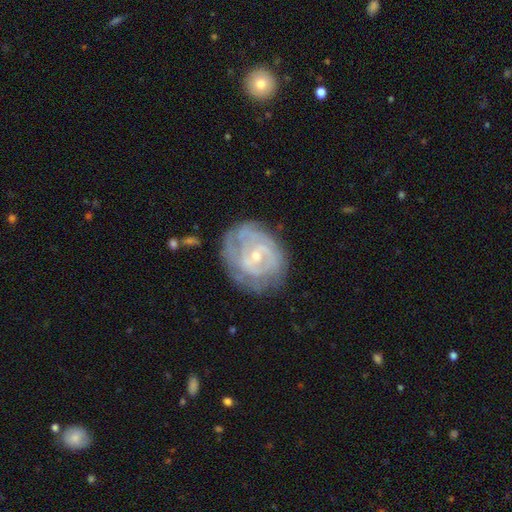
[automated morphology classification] featured or disk 82%, smooth 12%, star or artifact 6%. Down the decision tree: edge-on disk — no (98%); bar — no (52%); spiral arms — yes (88%); spiral arm count — can't tell (42%); spiral winding — tight (68%); bulge size — small (66%); merging — none (68%).